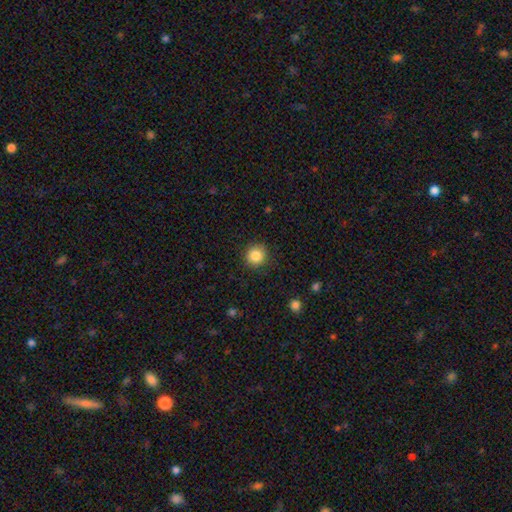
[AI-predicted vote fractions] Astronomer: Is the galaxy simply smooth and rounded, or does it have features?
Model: smooth — 85%.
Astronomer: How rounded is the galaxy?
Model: round — 93%.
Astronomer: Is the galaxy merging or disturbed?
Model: none — 90%.